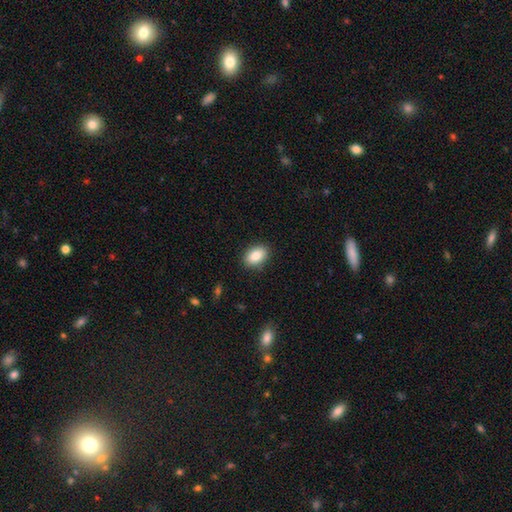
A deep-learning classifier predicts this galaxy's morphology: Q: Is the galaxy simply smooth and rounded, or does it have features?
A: smooth — 86%.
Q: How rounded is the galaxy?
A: in between — 87%.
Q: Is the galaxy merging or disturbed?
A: none — 88%.